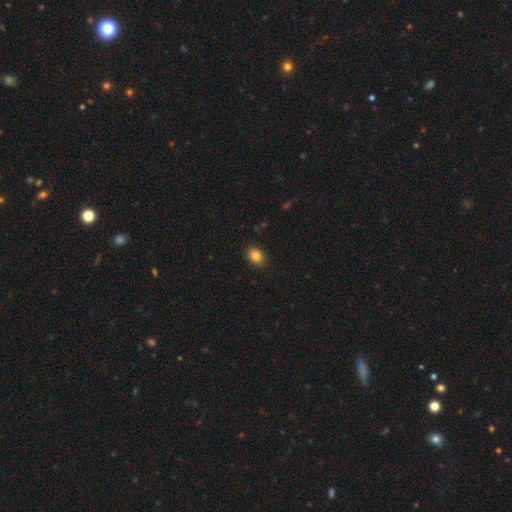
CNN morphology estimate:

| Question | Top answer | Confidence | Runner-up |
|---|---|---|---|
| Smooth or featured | smooth | 85% | star or artifact (10%) |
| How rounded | in between | 64% | round (35%) |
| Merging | none | 88% | minor disturbance (9%) |